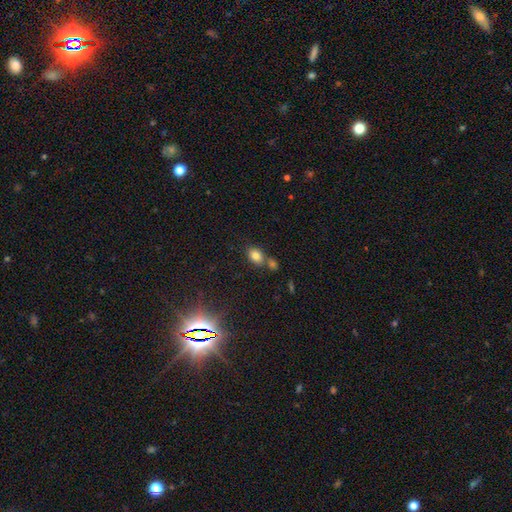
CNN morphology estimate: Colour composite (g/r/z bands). It shows a smooth galaxy with no disk features (80%) that is in between round and cigar-shaped (77%). Merging: none (57%).